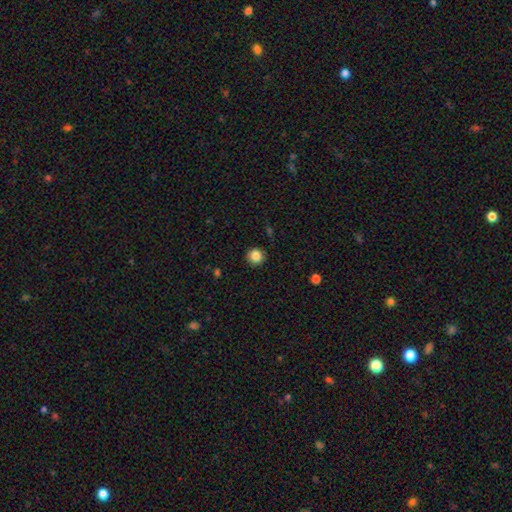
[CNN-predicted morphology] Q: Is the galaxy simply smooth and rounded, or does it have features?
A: smooth — 85%.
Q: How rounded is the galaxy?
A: round — 93%.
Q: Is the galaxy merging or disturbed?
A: none — 91%.